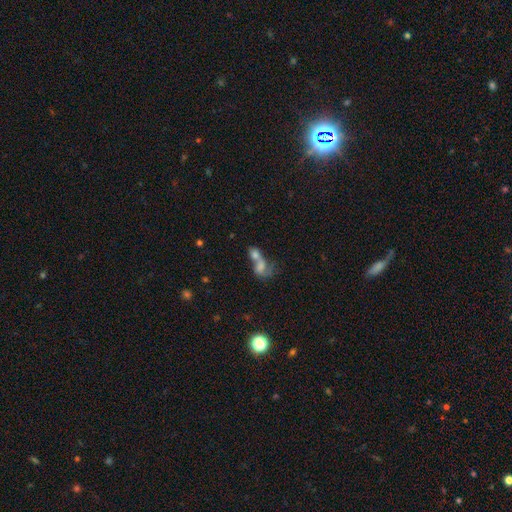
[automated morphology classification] Smooth or featured?
  - smooth: 58% *
  - featured or disk: 29%
  - star or artifact: 13%
How rounded?
  - in between: 70% *
  - round: 24%
  - cigar-shaped: 5%
Merging?
  - merger: 73% *
  - none: 12%
  - major disturbance: 10%
  - minor disturbance: 5%